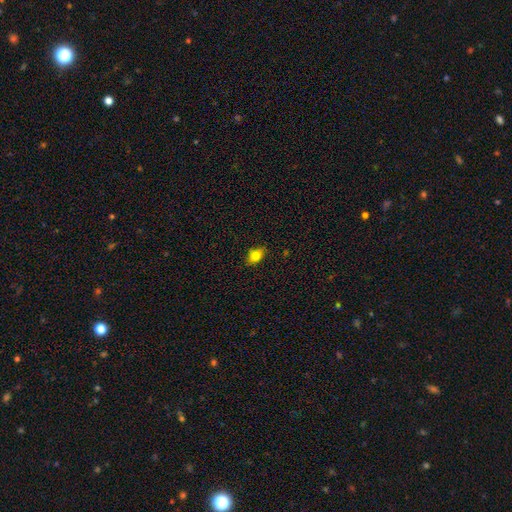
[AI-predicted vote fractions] Q: Smooth or featured?
A: smooth (80%); runner-up: star or artifact (10%)
Q: How rounded?
A: in between (81%); runner-up: round (15%)
Q: Merging?
A: none (82%); runner-up: minor disturbance (15%)